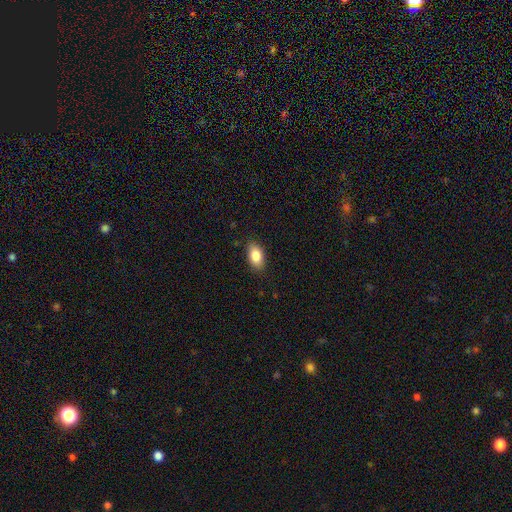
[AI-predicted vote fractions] Overall: smooth (84%). How rounded: in between (91%). Merging: none (86%).